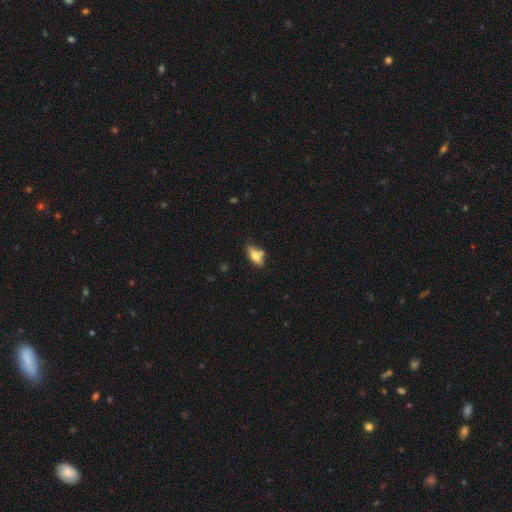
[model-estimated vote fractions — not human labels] Smooth or featured?
  - smooth: 67% *
  - featured or disk: 26%
  - star or artifact: 8%
How rounded?
  - in between: 82% *
  - cigar-shaped: 13%
  - round: 4%
Merging?
  - none: 62% *
  - minor disturbance: 19%
  - merger: 14%
  - major disturbance: 5%